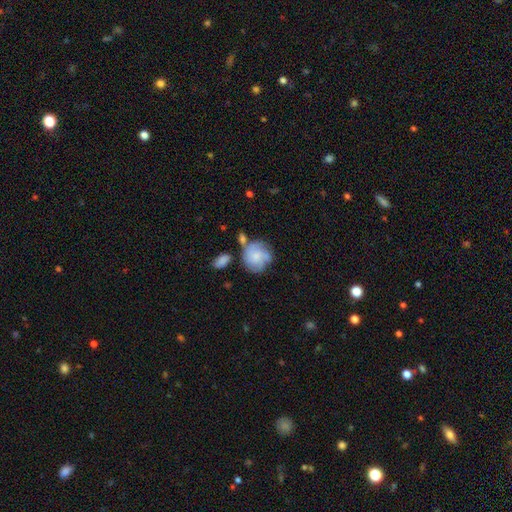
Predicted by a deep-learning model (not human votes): smooth-or-featured: featured or disk: 48% | smooth: 43% | star or artifact: 8%
  merging: none: 56% | minor disturbance: 22% | merger: 12% | major disturbance: 10%